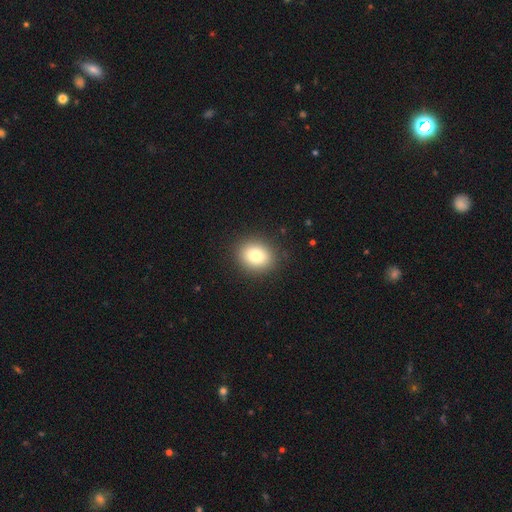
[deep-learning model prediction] This appears to be a smooth galaxy with no disk features (81%) that is round (61%). Merging: none (89%).